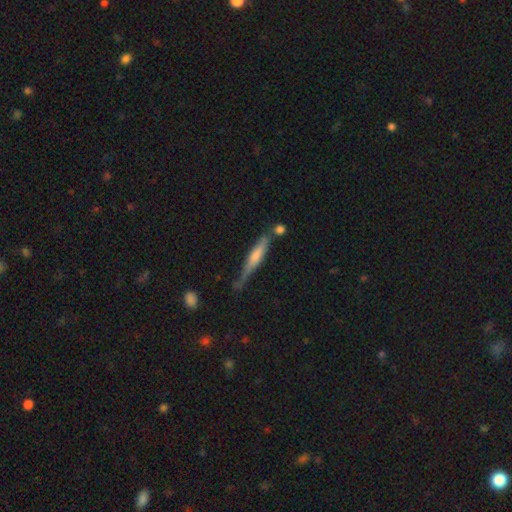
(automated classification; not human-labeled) Overall: featured or disk (61%; smooth 32%). Edge-on disk: yes (95%). Edge-on bulge: rounded (61%). Merging: none (69%).